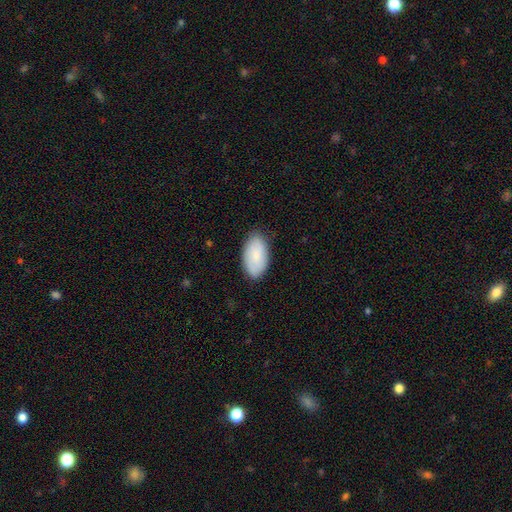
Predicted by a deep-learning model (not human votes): Morphology: type=smooth (79%); roundness=in between (95%); merging=none (83%).